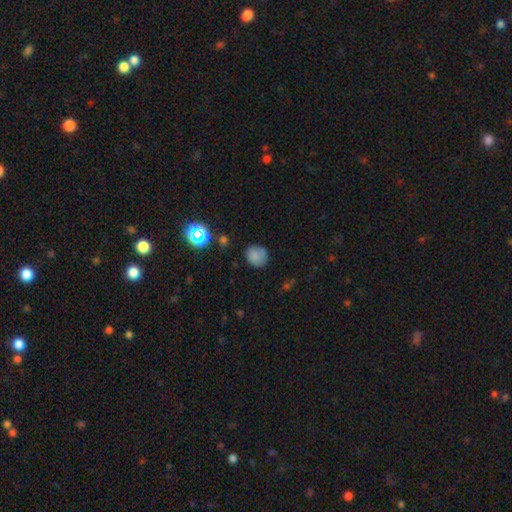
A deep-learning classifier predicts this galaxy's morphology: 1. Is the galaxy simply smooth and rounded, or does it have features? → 78% smooth, 14% star or artifact, 8% featured or disk.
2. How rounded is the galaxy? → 79% round, 20% in between, 1% cigar-shaped.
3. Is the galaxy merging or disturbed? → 74% none, 19% minor disturbance, 5% major disturbance, 3% merger.